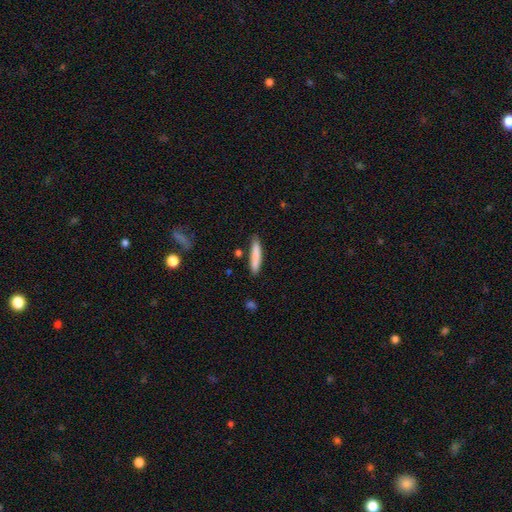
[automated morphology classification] The model was most divided on "merging": none: 84%, minor disturbance: 11%, merger: 3%, major disturbance: 2%. More confident: how rounded — cigar-shaped (88%); smooth or featured — smooth (83%).